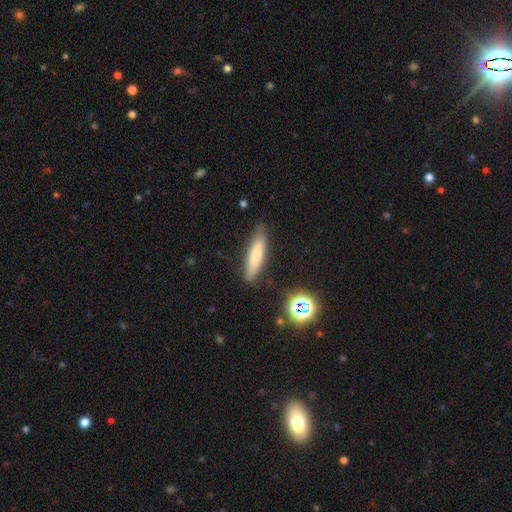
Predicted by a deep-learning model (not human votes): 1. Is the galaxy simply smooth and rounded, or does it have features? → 74% smooth, 17% featured or disk, 9% star or artifact.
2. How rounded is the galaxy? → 80% cigar-shaped, 19% in between, 2% round.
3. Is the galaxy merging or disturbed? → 82% none, 13% minor disturbance, 3% major disturbance, 2% merger.